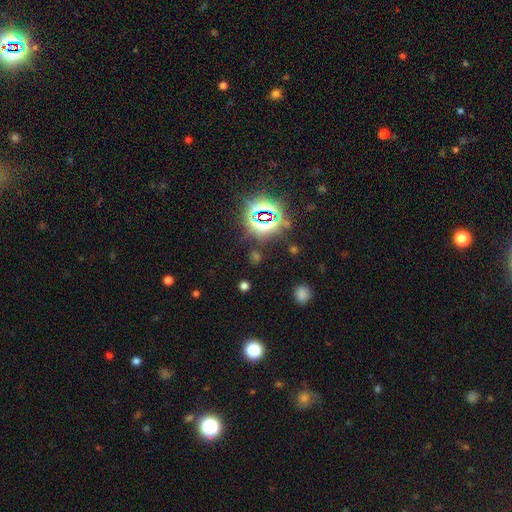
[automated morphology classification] Overall: star or artifact (69%).